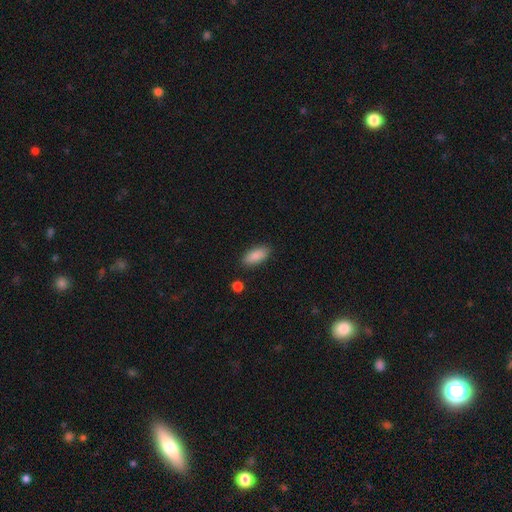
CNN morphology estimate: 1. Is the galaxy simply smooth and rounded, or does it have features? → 88% smooth, 7% star or artifact, 6% featured or disk.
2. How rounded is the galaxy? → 85% in between, 12% cigar-shaped, 2% round.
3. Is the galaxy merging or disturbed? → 86% none, 10% minor disturbance, 2% major disturbance, 2% merger.